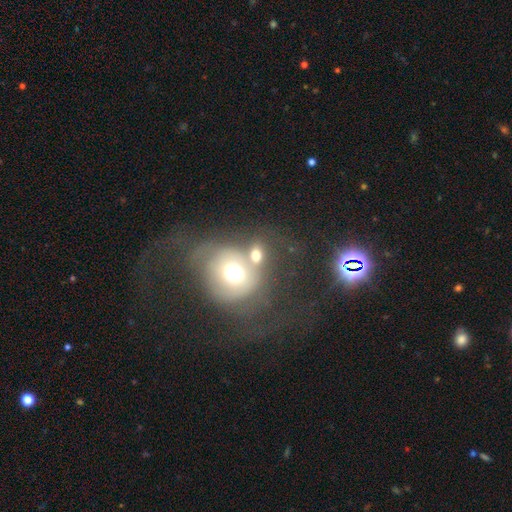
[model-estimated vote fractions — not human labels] Smooth or featured: smooth — 63% (featured or disk — 22%)
How rounded: round — 65% (in between — 33%)
Merging: merger — 48% (none — 30%)